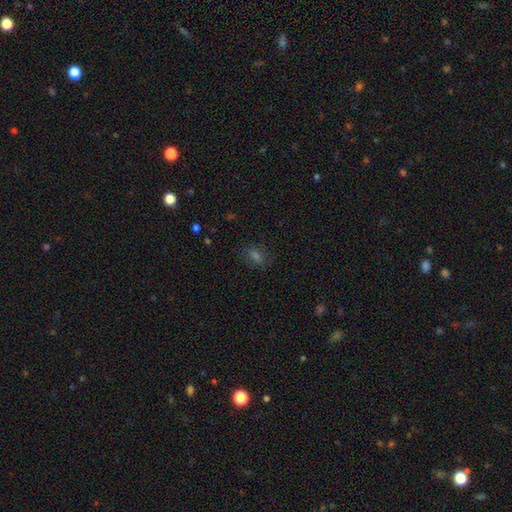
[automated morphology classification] Smooth or featured?
  - smooth: 58% *
  - star or artifact: 30%
  - featured or disk: 12%
How rounded?
  - in between: 73% *
  - round: 22%
  - cigar-shaped: 5%
Merging?
  - none: 82% *
  - minor disturbance: 12%
  - major disturbance: 5%
  - merger: 2%